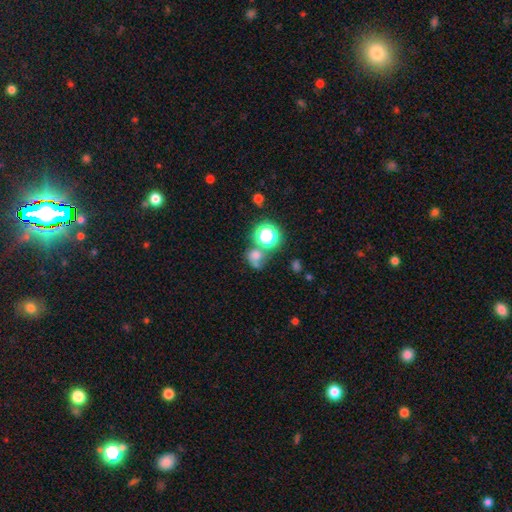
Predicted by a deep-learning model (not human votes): smooth 64%, star or artifact 25%, featured or disk 11%. Down the decision tree: how rounded — round (79%); merging — none (48%).